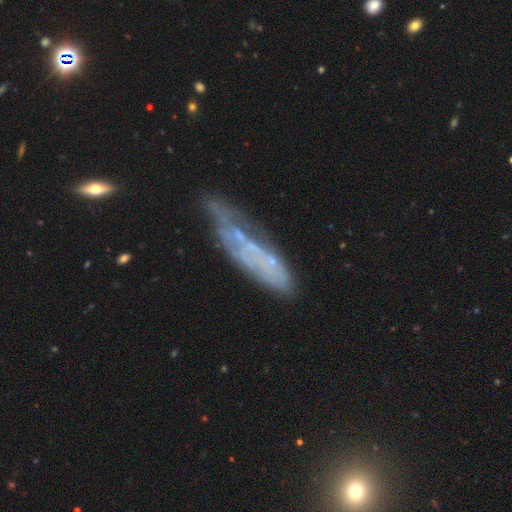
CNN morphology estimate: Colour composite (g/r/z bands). It shows a featured or disk galaxy (57%). Merging: none (49%).